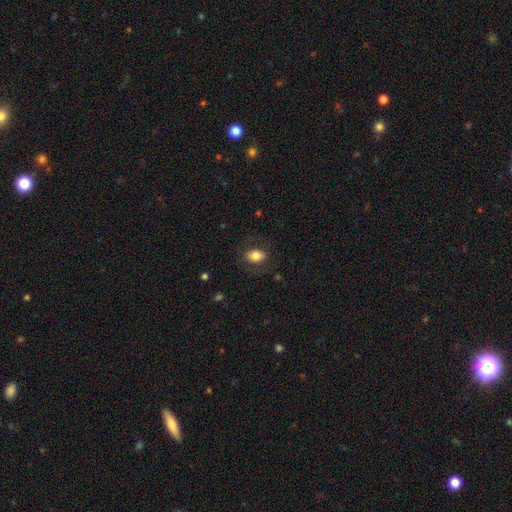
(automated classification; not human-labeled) Smooth or featured? Predicted: smooth (p=0.78). How rounded? Predicted: in between (p=0.77). Merging? Predicted: none (p=0.78).